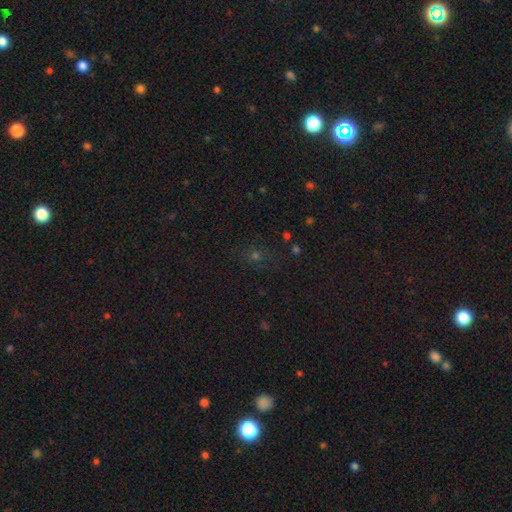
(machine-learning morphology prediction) type=star or artifact (49%).